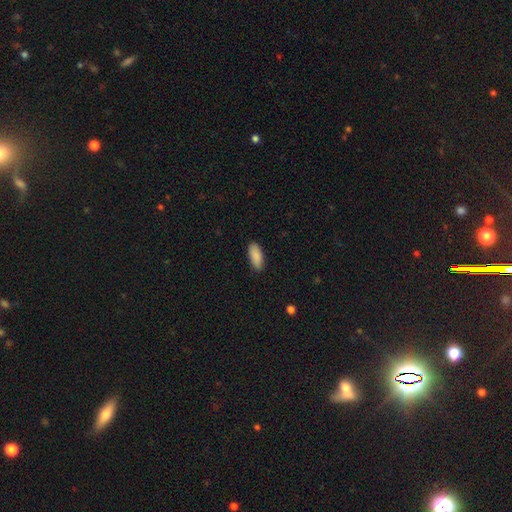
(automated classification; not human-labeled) Q: Smooth or featured?
A: smooth (90%); runner-up: star or artifact (6%)
Q: How rounded?
A: in between (83%); runner-up: cigar-shaped (15%)
Q: Merging?
A: none (87%); runner-up: minor disturbance (10%)